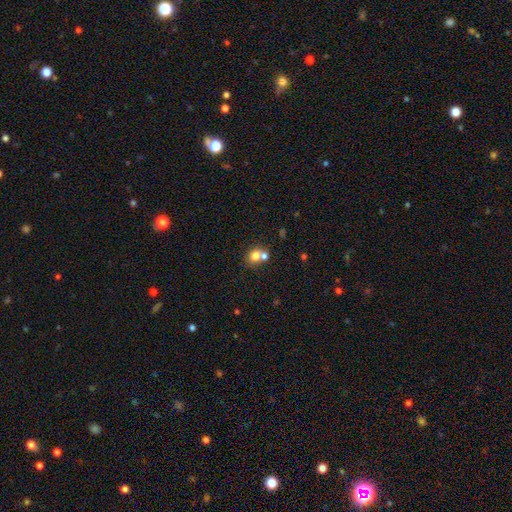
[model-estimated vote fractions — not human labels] This is likely a smooth galaxy (75%). How rounded: likely round (70%). Merging: possibly merger (49%).